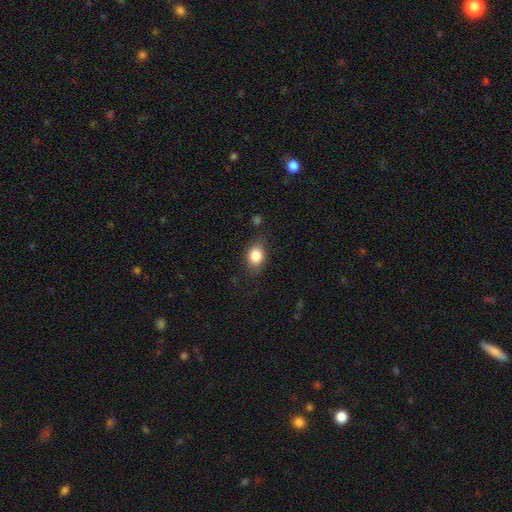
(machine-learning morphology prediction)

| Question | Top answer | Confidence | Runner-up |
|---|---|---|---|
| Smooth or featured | smooth | 83% | star or artifact (9%) |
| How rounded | in between | 58% | round (41%) |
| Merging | none | 77% | minor disturbance (17%) |